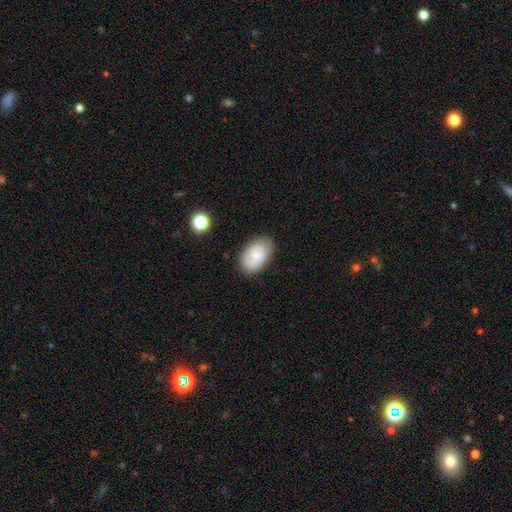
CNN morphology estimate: Q: Smooth or featured?
A: smooth (65%); runner-up: featured or disk (28%)
Q: How rounded?
A: in between (89%); runner-up: round (10%)
Q: Merging?
A: none (77%); runner-up: minor disturbance (17%)